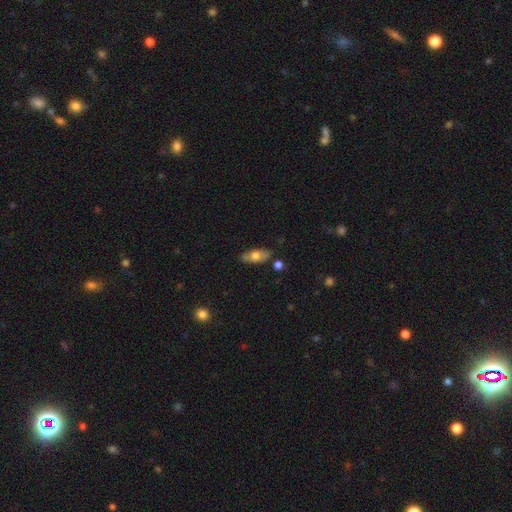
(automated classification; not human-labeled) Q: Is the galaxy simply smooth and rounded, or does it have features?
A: smooth — 63%.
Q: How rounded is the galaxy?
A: in between — 84%.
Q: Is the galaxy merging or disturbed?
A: none — 78%.